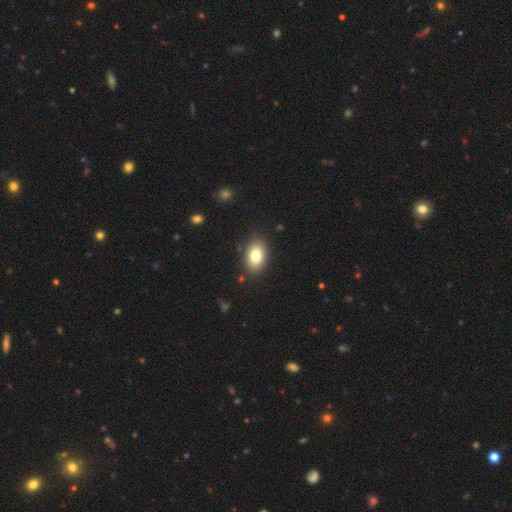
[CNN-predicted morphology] This is likely a smooth galaxy (80%). How rounded: clearly in between (87%). Merging: clearly none (87%).